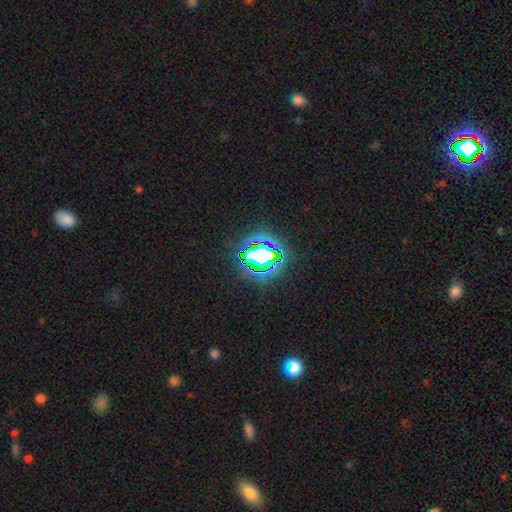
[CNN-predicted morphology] This is clearly a star or artifact rather than a galaxy (80%).